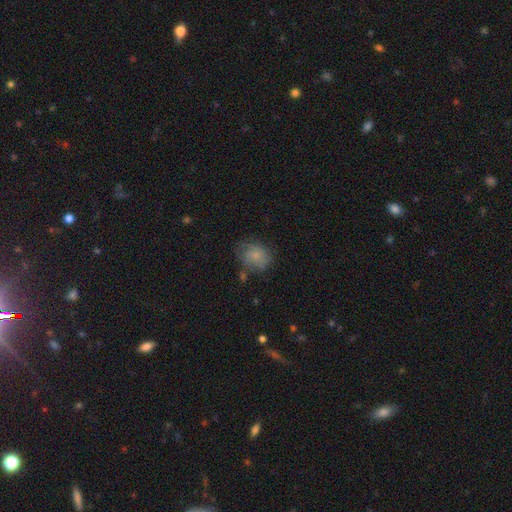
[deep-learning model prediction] Q: Smooth or featured?
A: smooth (71%); runner-up: featured or disk (20%)
Q: How rounded?
A: round (62%); runner-up: in between (37%)
Q: Merging?
A: none (58%); runner-up: minor disturbance (26%)